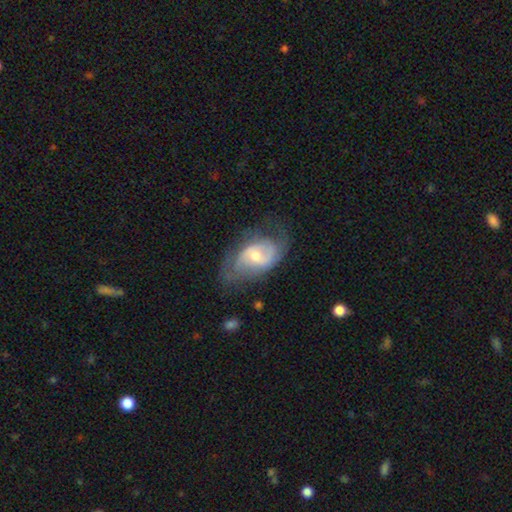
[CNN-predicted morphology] A featured or disk galaxy (72%) with no bar (46%), 2 (66%) medium (44%) spiral arms (85%) and a moderate central bulge (58%).

Vote fractions:
- Smooth or featured? featured or disk: 72% / smooth: 22% / star or artifact: 6%
- Edge-on disk? no: 95% / yes: 5%
- Bar? no: 46% / weak: 44% / strong: 10%
- Spiral arms? yes: 85% / no: 15%
- Spiral winding? medium: 44% / tight: 29% / loose: 27%
- Spiral arm count? 2: 66% / can't tell: 20% / 1: 6% / 3: 5% / 4: 2% / more than 4: 2%
- Bulge size? moderate: 58% / small: 35% / large: 4% / none: 1% / dominant: 1%
- Merging? none: 58% / minor disturbance: 25% / major disturbance: 15% / merger: 2%